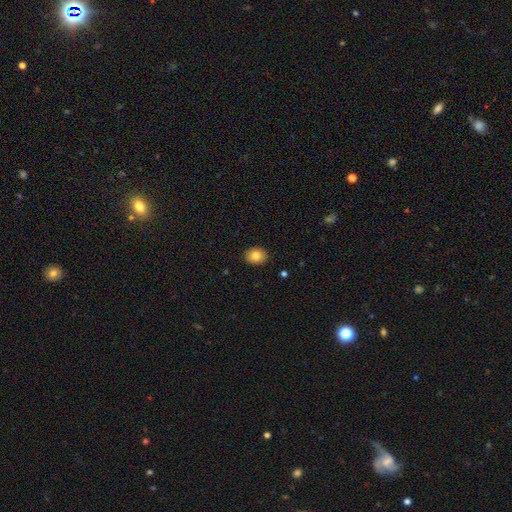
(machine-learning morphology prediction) A smooth galaxy with no disk features (84%) that is in between round and cigar-shaped (54%).

Vote fractions:
- Smooth or featured? smooth: 84% / star or artifact: 8% / featured or disk: 8%
- How rounded? in between: 54% / round: 45% / cigar-shaped: 1%
- Merging? none: 90% / minor disturbance: 8% / major disturbance: 2% / merger: 1%